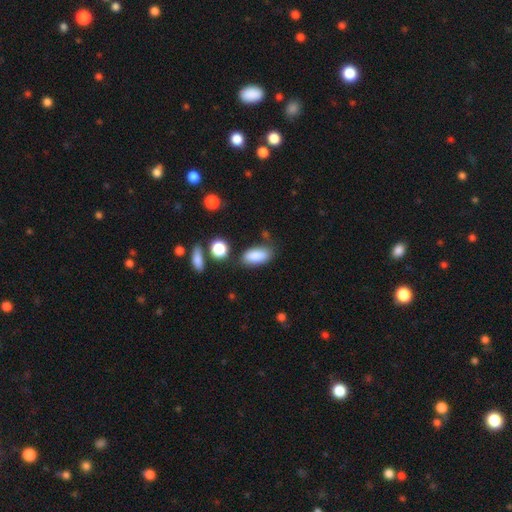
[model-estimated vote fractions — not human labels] A smooth galaxy with no disk features (85%) that is in between round and cigar-shaped (88%). Merging: none (74%).